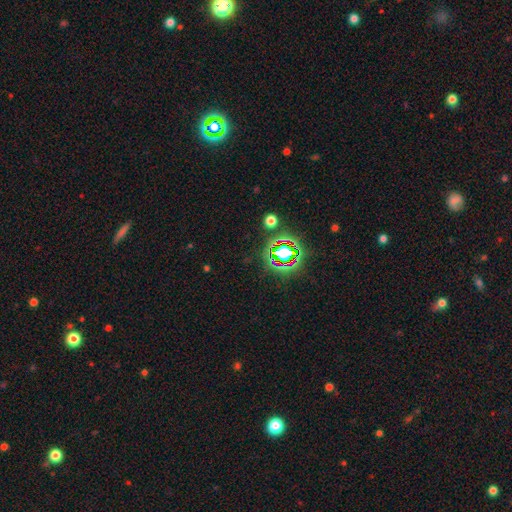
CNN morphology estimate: This is likely a star or artifact rather than a galaxy (78%).